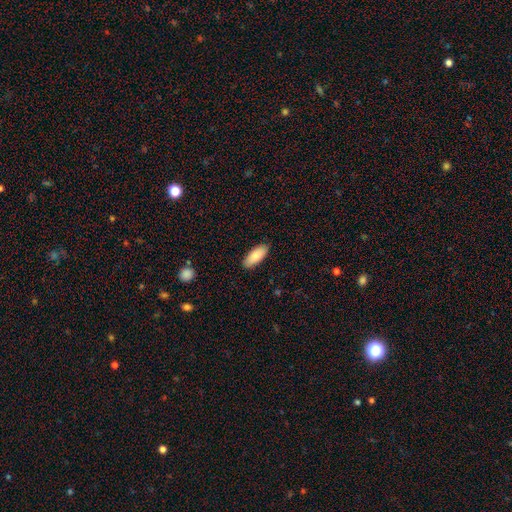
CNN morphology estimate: Overall: smooth (87%). How rounded: in between (84%). Merging: none (88%).